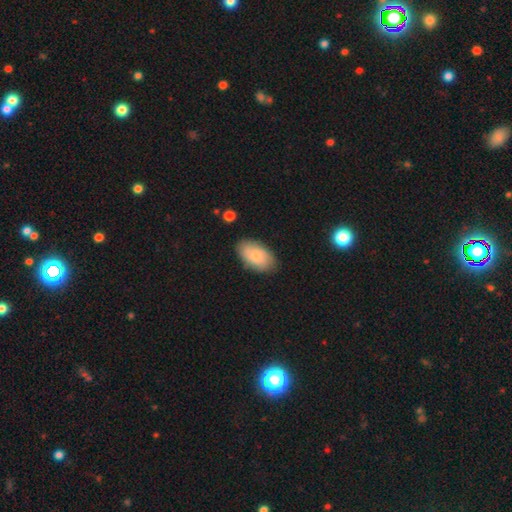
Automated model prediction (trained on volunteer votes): smooth_or_featured: smooth (p=0.66) [alt: featured or disk p=0.27]
how_rounded: in between (p=0.94) [alt: round p=0.05]
merging: none (p=0.79) [alt: minor disturbance p=0.15]